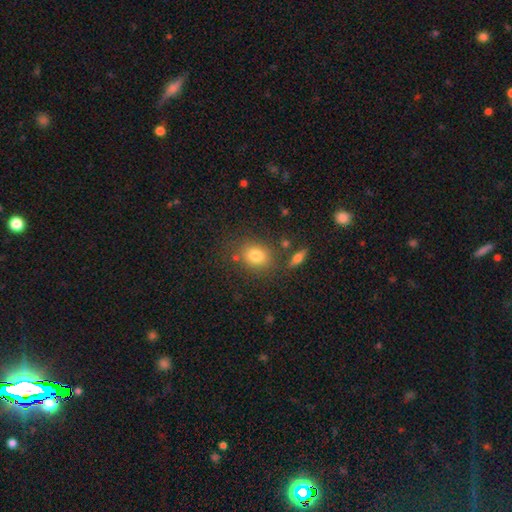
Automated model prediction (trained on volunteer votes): Overall: smooth (79%). How rounded: round (51%; in between 48%). Merging: none (76%).